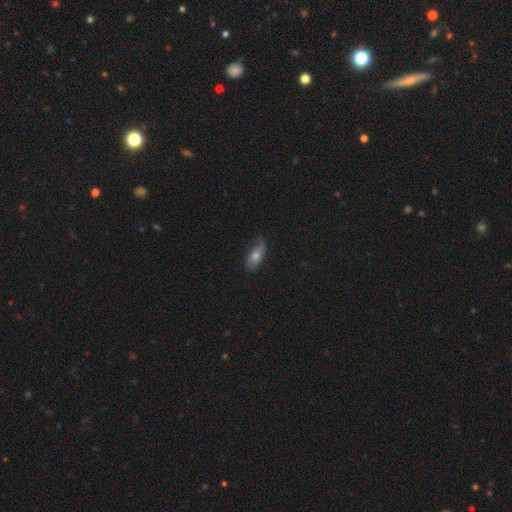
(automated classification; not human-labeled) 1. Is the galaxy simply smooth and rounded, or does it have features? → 64% smooth, 26% featured or disk, 10% star or artifact.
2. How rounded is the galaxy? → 70% in between, 26% cigar-shaped, 4% round.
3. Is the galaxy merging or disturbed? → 73% none, 22% minor disturbance, 4% major disturbance, 1% merger.